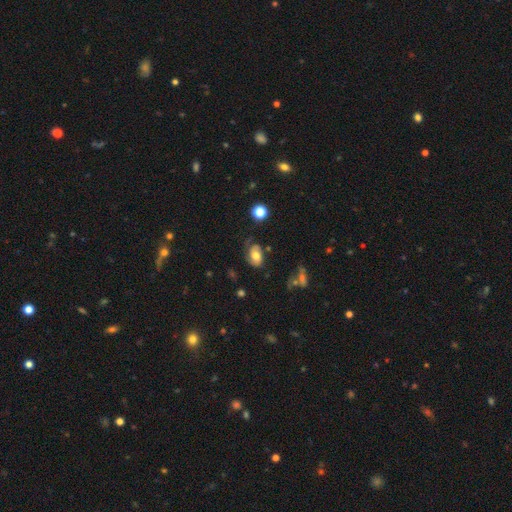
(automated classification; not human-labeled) The model was most divided on "smooth or featured": featured or disk: 46%, smooth: 45%, star or artifact: 9%. More confident: merging — none (52%).